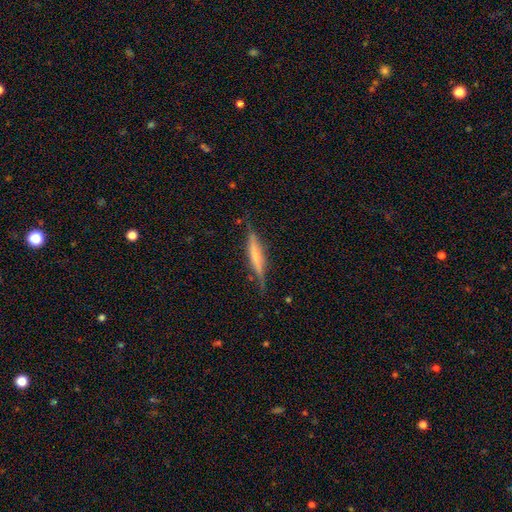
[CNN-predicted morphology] featured or disk 50%, smooth 44%, star or artifact 6%. Down the decision tree: merging — none (74%).